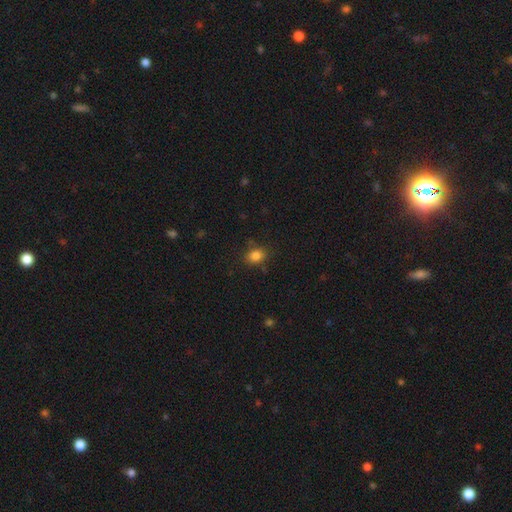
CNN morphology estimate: smooth-or-featured: smooth: 83% | star or artifact: 12% | featured or disk: 5%
  how-rounded: in between: 51% | round: 48% | cigar-shaped: 1%
  merging: none: 80% | minor disturbance: 14% | major disturbance: 4% | merger: 2%